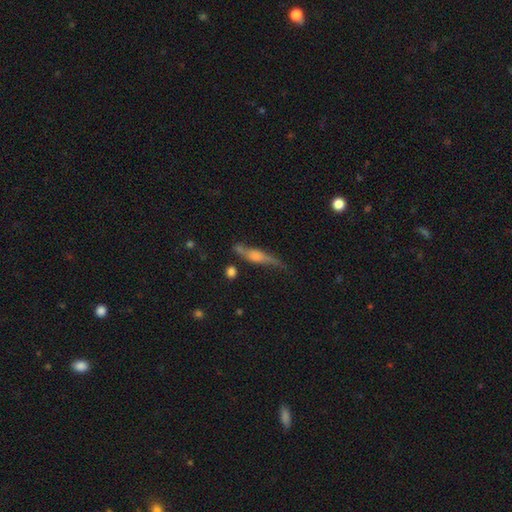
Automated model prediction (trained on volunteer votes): Overall: featured or disk (64%; smooth 26%). Edge-on disk: yes (85%). Edge-on bulge: rounded (69%). Merging: none (61%; minor disturbance 24%).